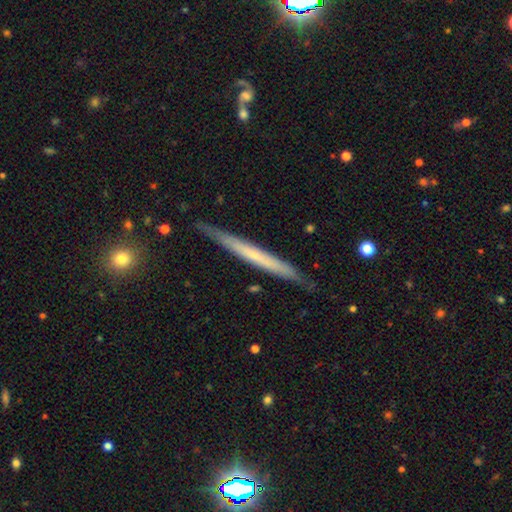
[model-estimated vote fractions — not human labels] A featured or disk galaxy (54%) viewed edge-on (95%) with no central bulge (81%).

Vote fractions:
- Smooth or featured? featured or disk: 54% / smooth: 41% / star or artifact: 6%
- Edge-on disk? yes: 95% / no: 5%
- Edge-on bulge? none: 81% / rounded: 14% / boxy: 4%
- Merging? none: 86% / minor disturbance: 11% / major disturbance: 2% / merger: 1%